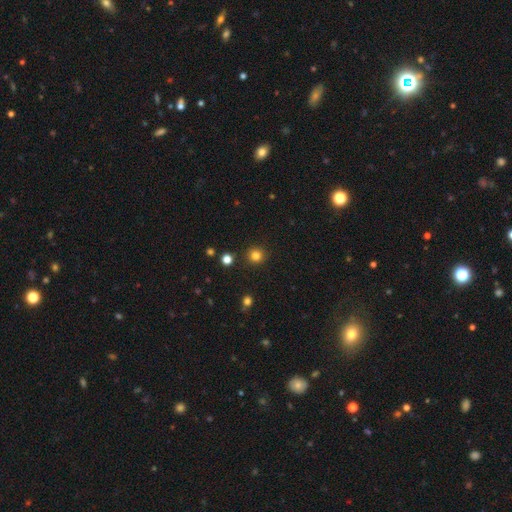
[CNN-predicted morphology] A smooth galaxy with no disk features (82%) that is round (93%). Merging: none (90%).